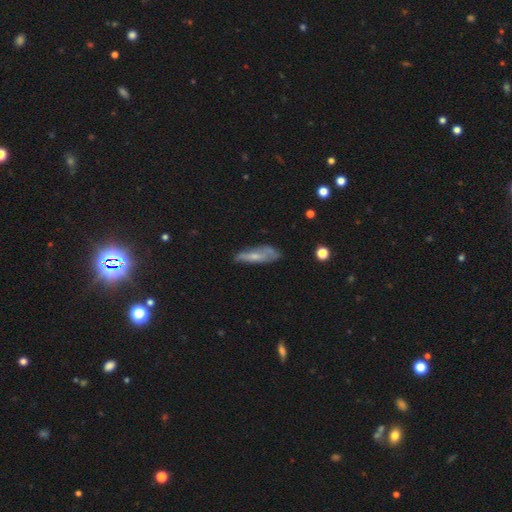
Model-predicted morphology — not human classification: The model was most divided on "smooth or featured": smooth: 48%, featured or disk: 43%, star or artifact: 9%. More confident: merging — none (56%).